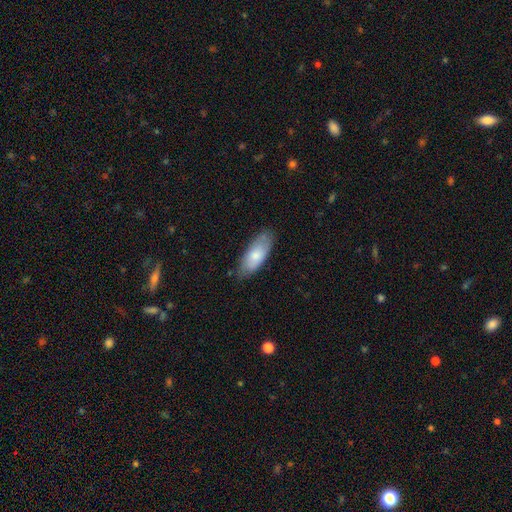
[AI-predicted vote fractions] Smooth or featured? smooth (76%)
How rounded? in between (79%)
Merging? none (75%)